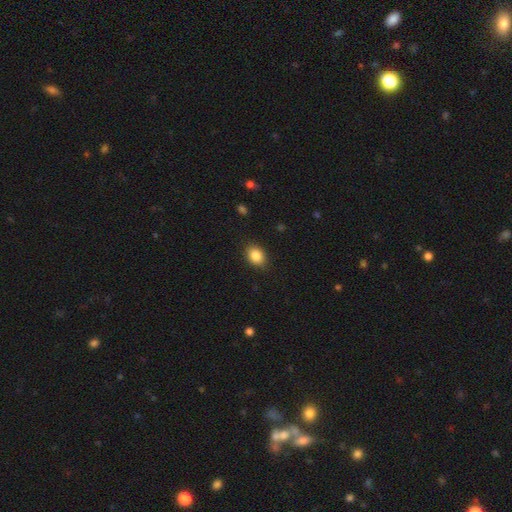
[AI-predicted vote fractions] A smooth galaxy with no disk features (86%) that is in between round and cigar-shaped (59%). Merging: none (87%).